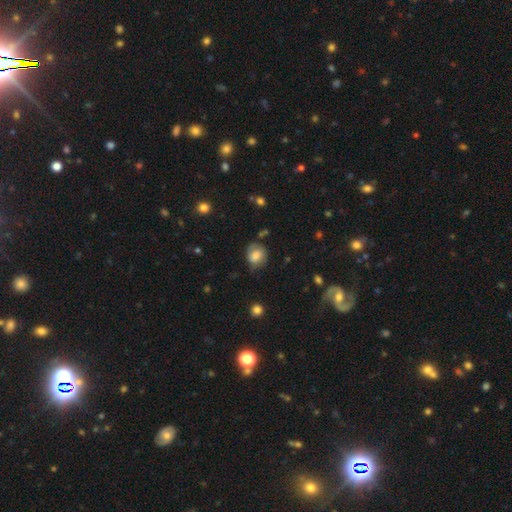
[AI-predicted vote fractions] This is likely a smooth galaxy (73%). How rounded: likely round (66%). Merging: possibly none (60%).